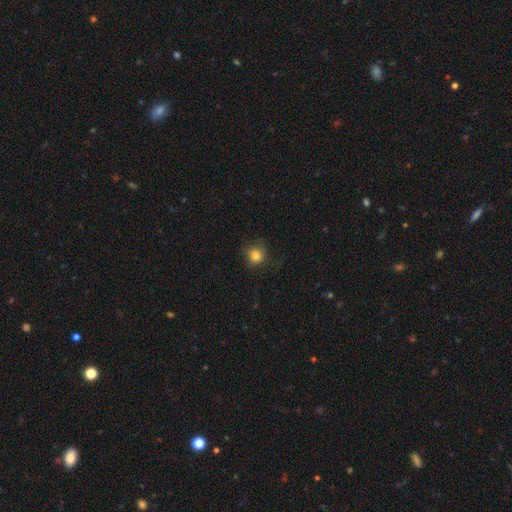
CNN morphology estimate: Smooth or featured: smooth — 83% (star or artifact — 12%)
How rounded: round — 88% (in between — 11%)
Merging: none — 80% (minor disturbance — 14%)